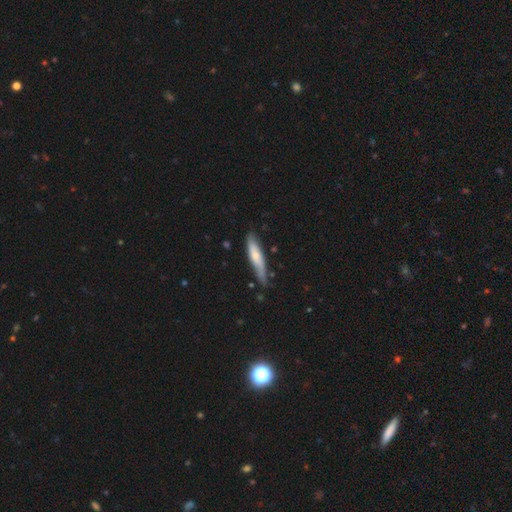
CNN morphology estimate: This appears to be a smooth galaxy with no disk features (60%) that is cigar-shaped (82%). Merging: none (67%).